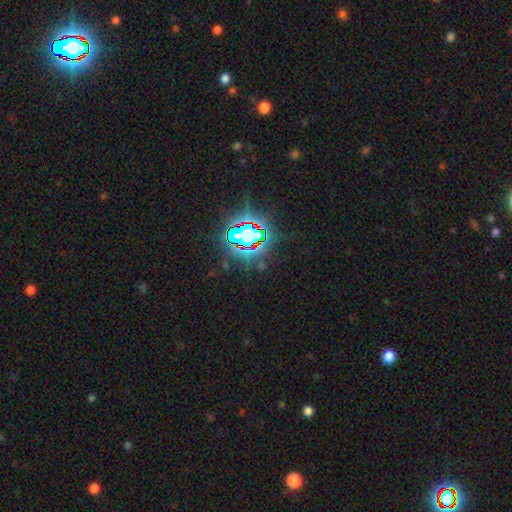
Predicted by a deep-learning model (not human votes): Morphology: type=star or artifact (82%).